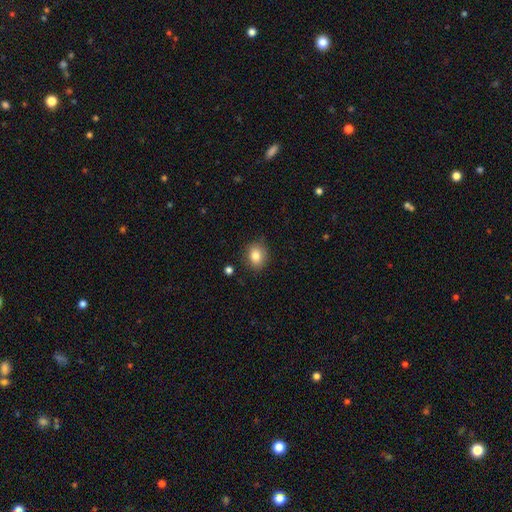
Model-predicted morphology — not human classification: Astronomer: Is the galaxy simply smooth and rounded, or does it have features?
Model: smooth — 83%.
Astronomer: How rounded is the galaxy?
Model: in between — 53% (runner-up: round, 46%).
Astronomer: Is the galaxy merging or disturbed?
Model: none — 85%.